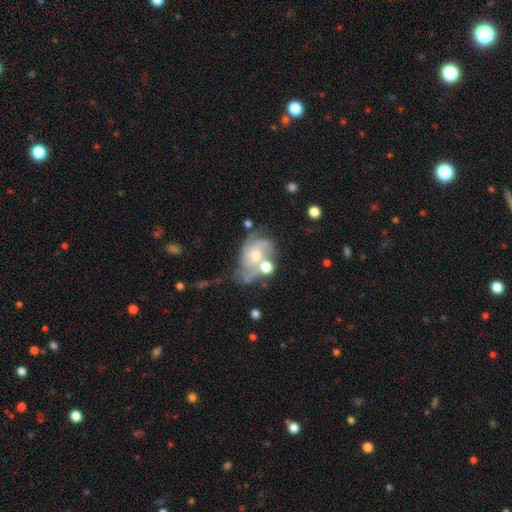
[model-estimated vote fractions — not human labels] Smooth or featured?
  - featured or disk: 78% *
  - smooth: 14%
  - star or artifact: 8%
Edge-on disk?
  - no: 97% *
  - yes: 3%
Bar?
  - no: 64% *
  - weak: 30%
  - strong: 6%
Spiral arms?
  - yes: 91% *
  - no: 9%
Spiral winding?
  - medium: 47% *
  - tight: 33%
  - loose: 21%
Spiral arm count?
  - 2: 37% *
  - 3: 28%
  - can't tell: 20%
  - 4: 6%
  - 1: 5%
  - more than 4: 4%
Bulge size?
  - moderate: 48% *
  - small: 43%
  - none: 4%
  - large: 3%
  - dominant: 1%
Merging?
  - none: 40% *
  - merger: 22%
  - minor disturbance: 20%
  - major disturbance: 18%